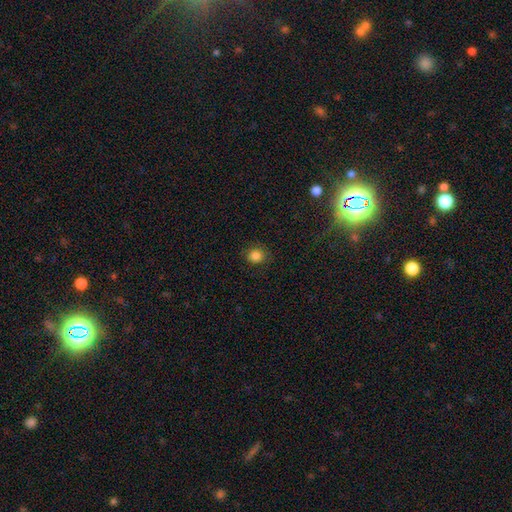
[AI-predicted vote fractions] This is clearly a smooth galaxy (84%). How rounded: clearly round (81%). Merging: clearly none (84%).